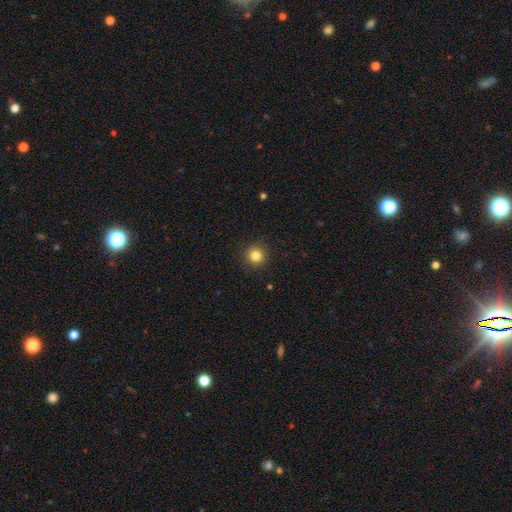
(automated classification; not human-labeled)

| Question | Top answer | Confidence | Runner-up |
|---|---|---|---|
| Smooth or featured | smooth | 83% | star or artifact (12%) |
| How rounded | round | 95% | in between (4%) |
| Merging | none | 92% | minor disturbance (5%) |